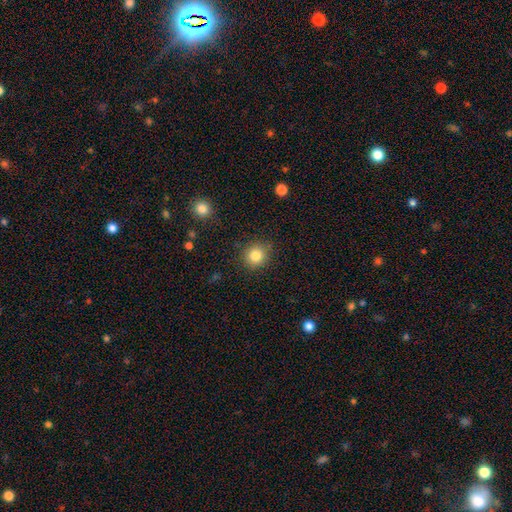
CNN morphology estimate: smooth-or-featured: smooth: 83% | star or artifact: 11% | featured or disk: 7%
  how-rounded: round: 86% | in between: 13% | cigar-shaped: 1%
  merging: none: 87% | minor disturbance: 9% | major disturbance: 3% | merger: 1%